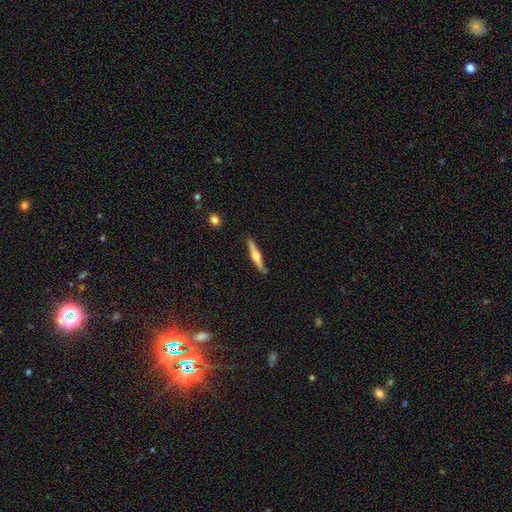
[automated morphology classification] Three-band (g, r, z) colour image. It shows a featured or disk galaxy (67%) viewed edge-on (97%) with a rounded central bulge (90%). Merging: none (84%).